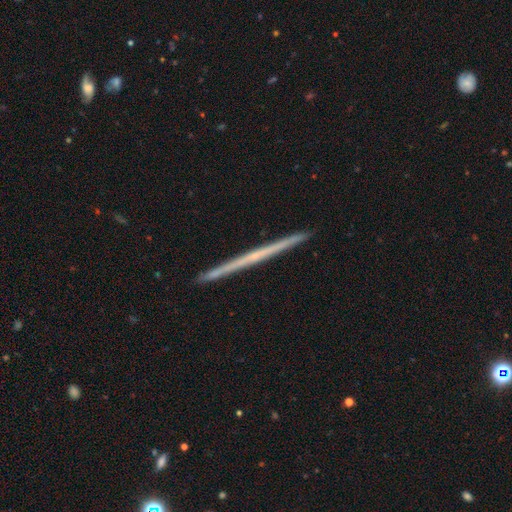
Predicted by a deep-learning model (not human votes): A featured or disk galaxy (65%) viewed edge-on (98%) with no central bulge (86%). Merging: none (92%).